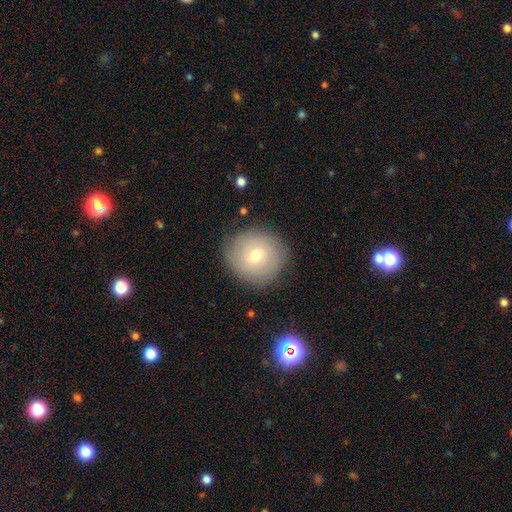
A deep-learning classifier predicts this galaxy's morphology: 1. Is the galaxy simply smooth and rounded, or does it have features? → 60% smooth, 29% featured or disk, 11% star or artifact.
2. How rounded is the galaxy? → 90% round, 9% in between, 1% cigar-shaped.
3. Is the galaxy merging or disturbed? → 85% none, 10% minor disturbance, 3% major disturbance, 1% merger.